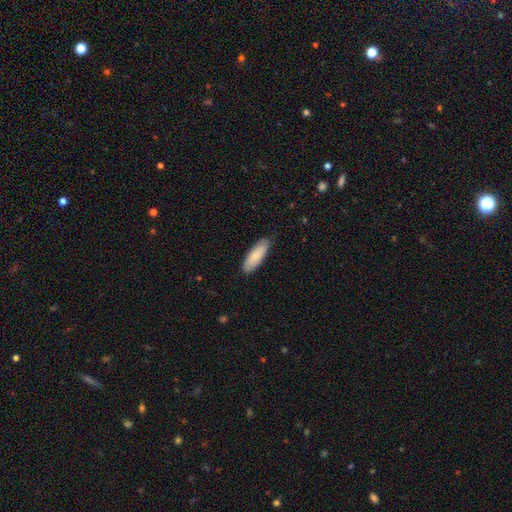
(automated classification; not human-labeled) Smooth or featured: smooth — 79% (featured or disk — 15%)
How rounded: in between — 63% (cigar-shaped — 36%)
Merging: none — 81% (minor disturbance — 16%)